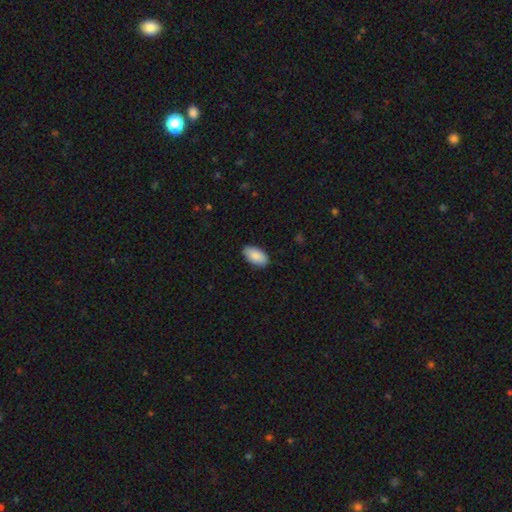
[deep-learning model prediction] The model was most divided on "merging": none: 88%, minor disturbance: 10%, major disturbance: 2%, merger: 1%. More confident: how rounded — in between (95%); smooth or featured — smooth (89%).